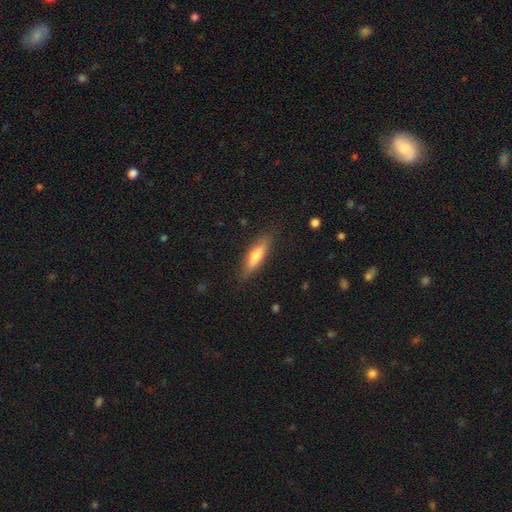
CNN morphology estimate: Overall: smooth (62%; featured or disk 32%). How rounded: cigar-shaped (67%; in between 31%). Merging: none (85%).